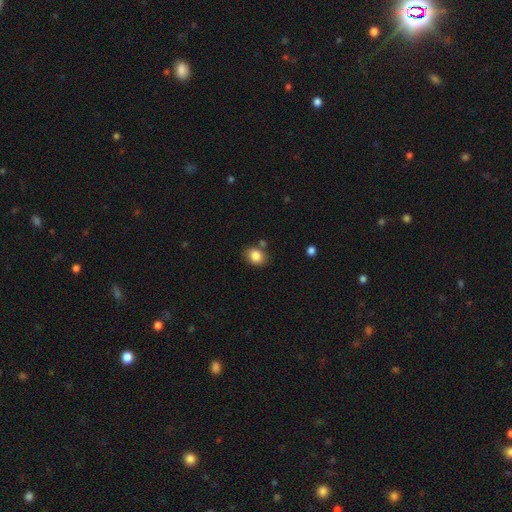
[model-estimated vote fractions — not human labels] A smooth galaxy with no disk features (85%) that is in between round and cigar-shaped (54%).

Vote fractions:
- Smooth or featured? smooth: 85% / star or artifact: 9% / featured or disk: 6%
- How rounded? in between: 54% / round: 45% / cigar-shaped: 1%
- Merging? none: 74% / minor disturbance: 15% / merger: 8% / major disturbance: 4%